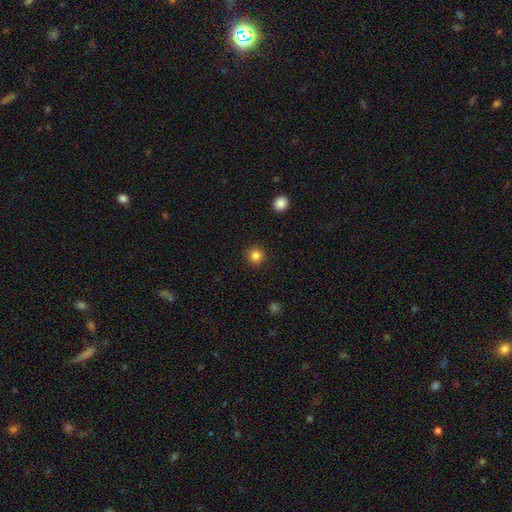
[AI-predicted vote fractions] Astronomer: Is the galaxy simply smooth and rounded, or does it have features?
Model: smooth — 84%.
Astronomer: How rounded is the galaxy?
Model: round — 94%.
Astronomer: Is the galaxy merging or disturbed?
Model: none — 91%.